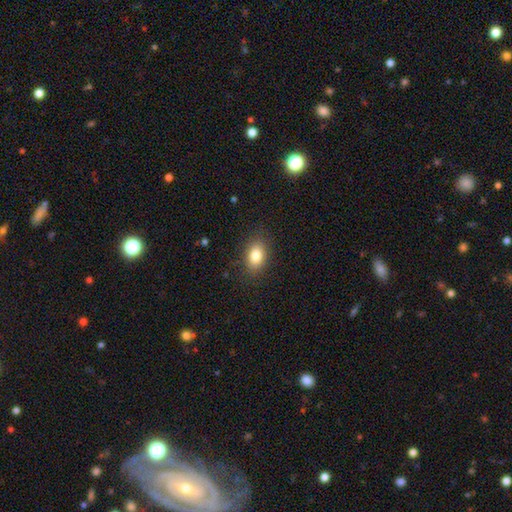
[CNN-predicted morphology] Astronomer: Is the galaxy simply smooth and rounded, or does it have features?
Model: smooth — 82%.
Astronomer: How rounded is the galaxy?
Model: in between — 83%.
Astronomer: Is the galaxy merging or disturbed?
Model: none — 85%.